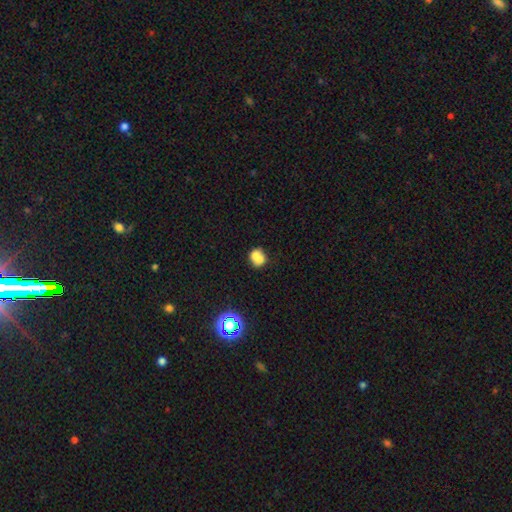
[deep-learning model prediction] This is likely a smooth galaxy (69%). How rounded: likely round (65%). Merging: possibly merger (48%).